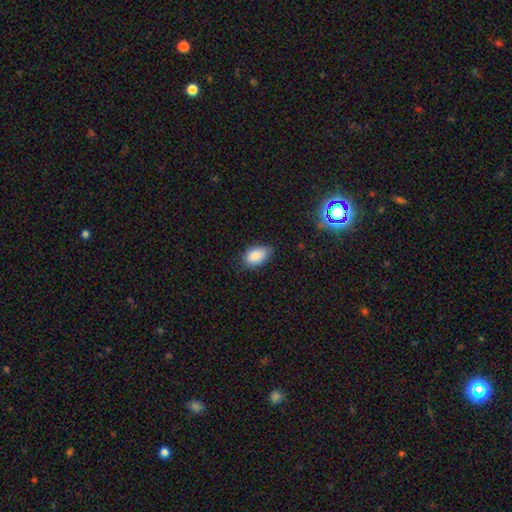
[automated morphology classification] Smooth or featured?
  - smooth: 87% *
  - star or artifact: 8%
  - featured or disk: 5%
How rounded?
  - in between: 92% *
  - round: 7%
  - cigar-shaped: 2%
Merging?
  - none: 76% *
  - minor disturbance: 20%
  - major disturbance: 3%
  - merger: 1%